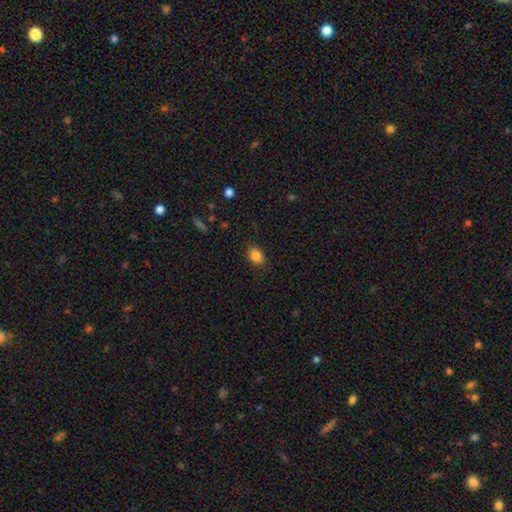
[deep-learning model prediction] This is clearly a smooth galaxy (85%). How rounded: likely in between (67%). Merging: clearly none (84%).